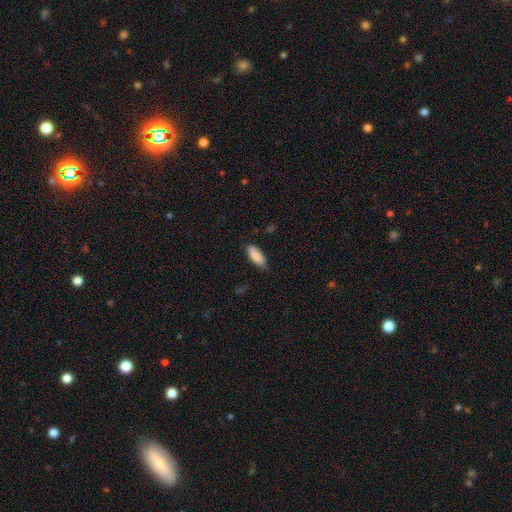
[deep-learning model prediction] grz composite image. It shows a smooth galaxy with no disk features (88%) that is in between round and cigar-shaped (79%). Merging: none (78%).